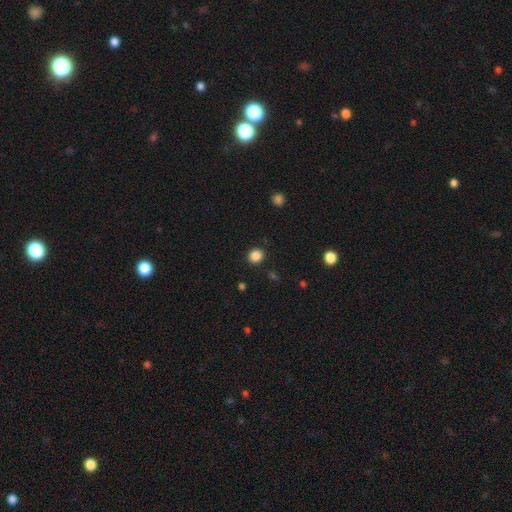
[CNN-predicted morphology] Smooth or featured?
  - smooth: 86% *
  - star or artifact: 11%
  - featured or disk: 3%
How rounded?
  - round: 84% *
  - in between: 15%
  - cigar-shaped: 1%
Merging?
  - none: 90% *
  - minor disturbance: 7%
  - major disturbance: 2%
  - merger: 1%